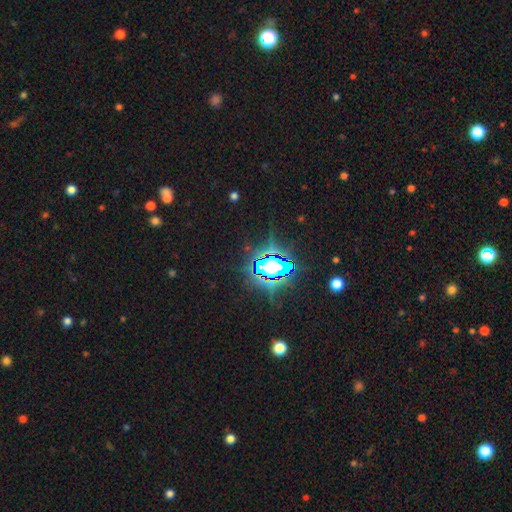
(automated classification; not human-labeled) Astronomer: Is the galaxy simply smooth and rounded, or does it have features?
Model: star or artifact — 84%.